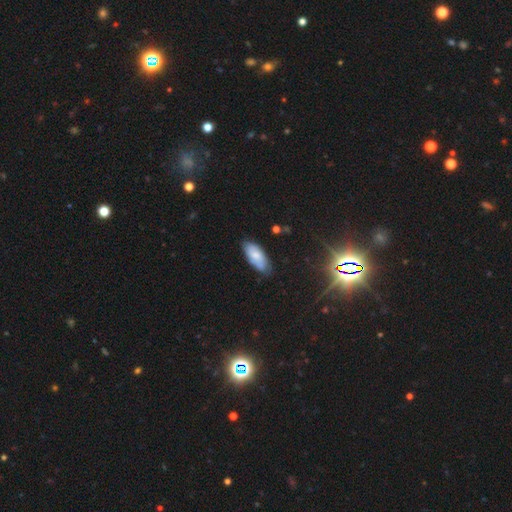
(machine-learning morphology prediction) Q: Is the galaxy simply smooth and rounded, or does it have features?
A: smooth — 68%.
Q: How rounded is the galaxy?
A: in between — 85%.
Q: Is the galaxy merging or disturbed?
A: none — 70%.